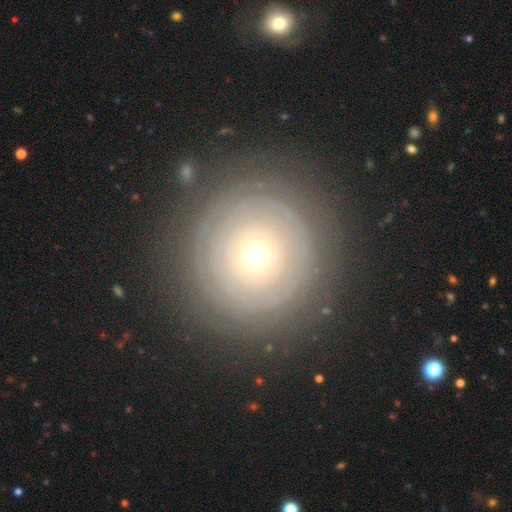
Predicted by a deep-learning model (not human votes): The model was most divided on "bulge size": small: 53%, moderate: 41%, large: 3%, dominant: 1%, none: 1%. More confident: edge-on disk — no (96%); bar — no (91%); merging — none (85%); smooth or featured — featured or disk (59%); spiral arms — yes (58%).